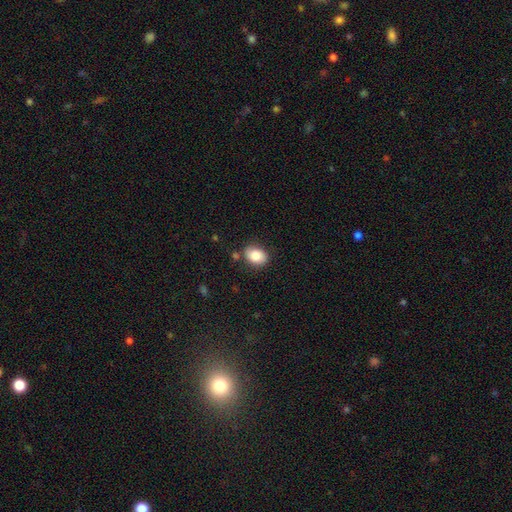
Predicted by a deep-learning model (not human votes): Smooth or featured? Predicted: smooth (p=0.84). How rounded? Predicted: in between (p=0.69). Merging? Predicted: none (p=0.80).